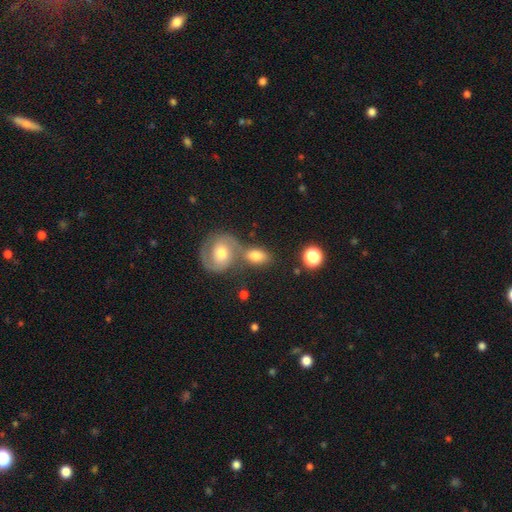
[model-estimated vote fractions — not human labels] Smooth or featured?
  - smooth: 66% *
  - featured or disk: 26%
  - star or artifact: 8%
How rounded?
  - in between: 77% *
  - round: 20%
  - cigar-shaped: 2%
Merging?
  - none: 45% *
  - merger: 36%
  - minor disturbance: 13%
  - major disturbance: 6%